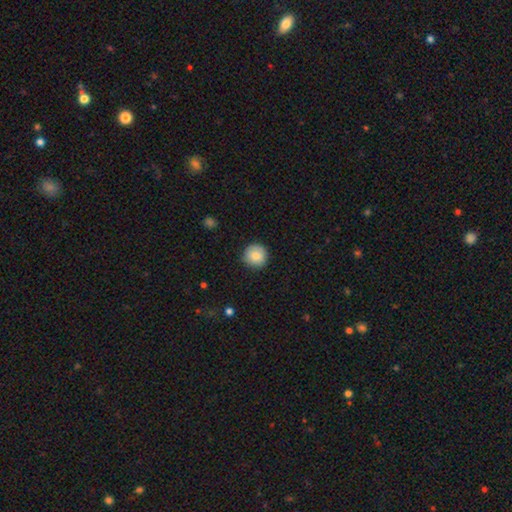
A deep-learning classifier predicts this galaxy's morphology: Q: Smooth or featured?
A: smooth (84%); runner-up: star or artifact (8%)
Q: How rounded?
A: round (95%); runner-up: in between (4%)
Q: Merging?
A: none (89%); runner-up: minor disturbance (8%)